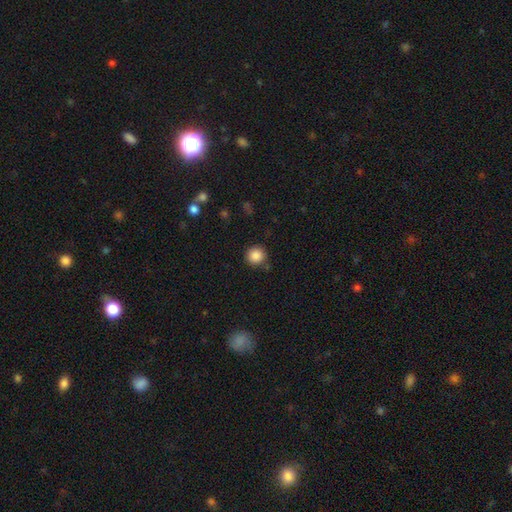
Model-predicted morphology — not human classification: smooth 87%, star or artifact 10%, featured or disk 4%. Down the decision tree: how rounded — round (93%); merging — none (85%).